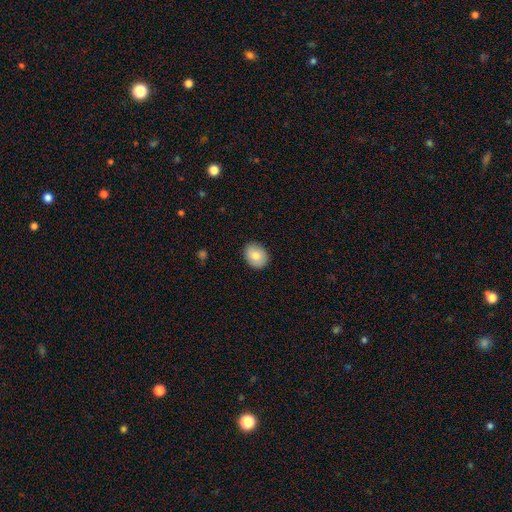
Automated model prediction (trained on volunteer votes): Overall: smooth (79%). How rounded: round (50%; in between 49%). Merging: none (88%).